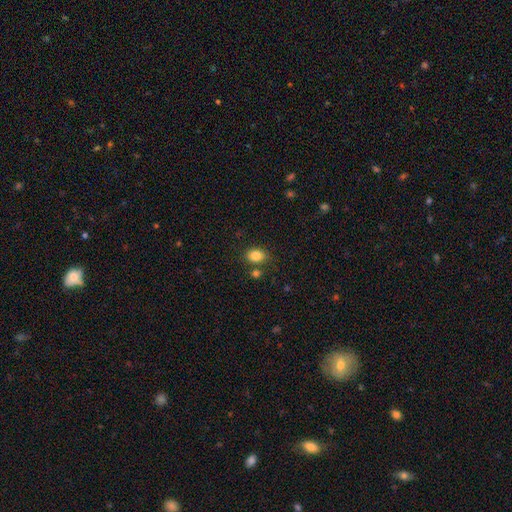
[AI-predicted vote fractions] Smooth or featured?
  - smooth: 84% *
  - star or artifact: 10%
  - featured or disk: 6%
How rounded?
  - in between: 61% *
  - round: 38%
  - cigar-shaped: 1%
Merging?
  - none: 73% *
  - minor disturbance: 13%
  - merger: 10%
  - major disturbance: 4%